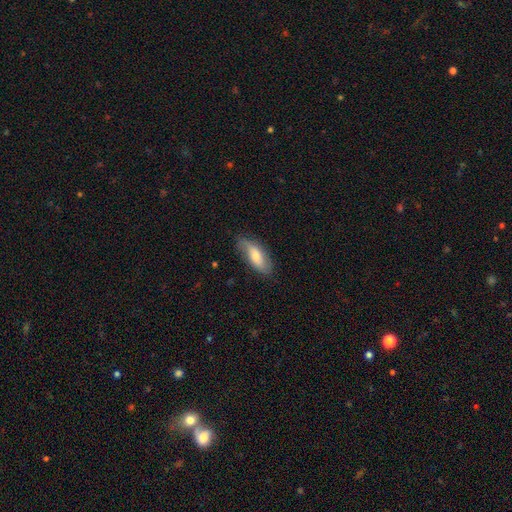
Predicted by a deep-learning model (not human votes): smooth-or-featured: smooth: 50% | featured or disk: 42% | star or artifact: 8%
  how-rounded: in between: 74% | cigar-shaped: 23% | round: 3%
  merging: none: 75% | minor disturbance: 19% | major disturbance: 4% | merger: 1%